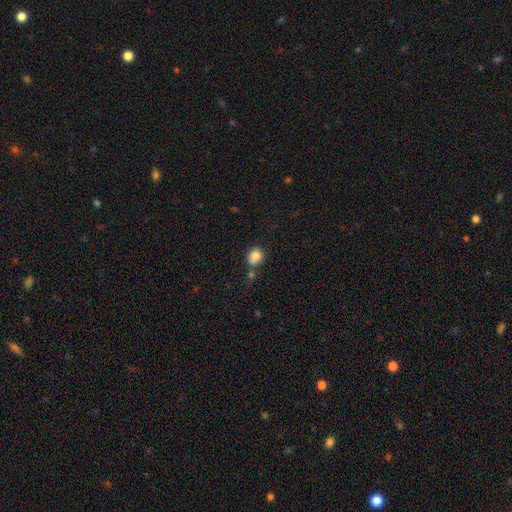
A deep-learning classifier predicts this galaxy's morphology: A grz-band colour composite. It shows a smooth galaxy with no disk features (79%) that is round (69%). Merging: none (51%).